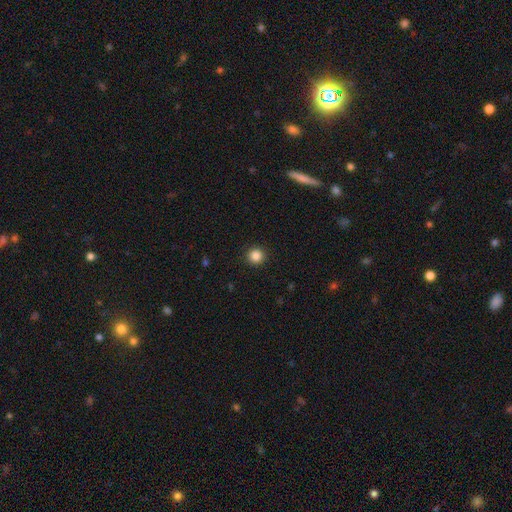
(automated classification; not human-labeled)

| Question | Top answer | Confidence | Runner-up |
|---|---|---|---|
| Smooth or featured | smooth | 86% | star or artifact (11%) |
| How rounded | round | 95% | in between (4%) |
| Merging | none | 93% | minor disturbance (5%) |